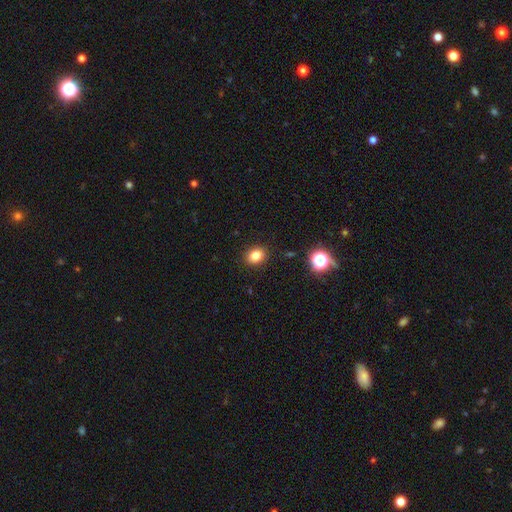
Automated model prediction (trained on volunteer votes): Smooth or featured?
  - smooth: 82% *
  - star or artifact: 12%
  - featured or disk: 6%
How rounded?
  - in between: 53% *
  - round: 46%
  - cigar-shaped: 1%
Merging?
  - none: 90% *
  - minor disturbance: 7%
  - major disturbance: 2%
  - merger: 1%